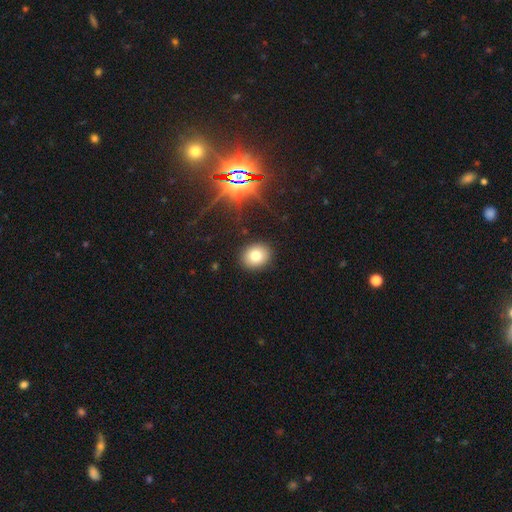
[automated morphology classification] smooth_or_featured: smooth (p=0.75) [alt: star or artifact p=0.14]
how_rounded: round (p=0.60) [alt: in between p=0.39]
merging: none (p=0.90) [alt: minor disturbance p=0.07]